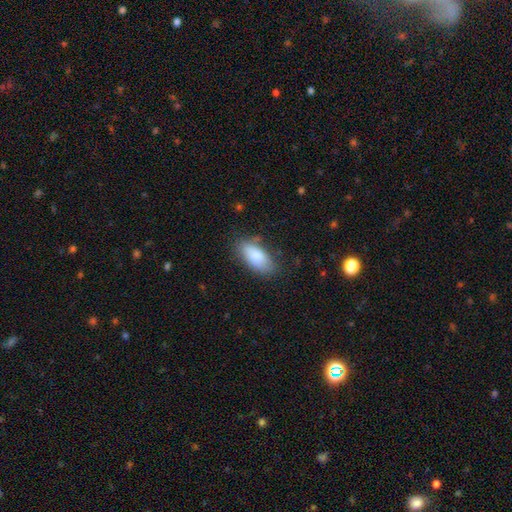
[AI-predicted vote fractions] Q: Smooth or featured?
A: smooth (85%); runner-up: featured or disk (9%)
Q: How rounded?
A: in between (89%); runner-up: cigar-shaped (8%)
Q: Merging?
A: none (73%); runner-up: minor disturbance (20%)